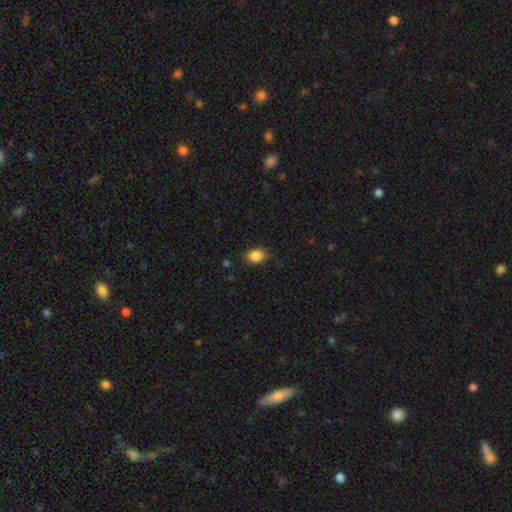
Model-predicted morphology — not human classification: A smooth galaxy with no disk features (87%) that is in between round and cigar-shaped (71%).

Vote fractions:
- Smooth or featured? smooth: 87% / star or artifact: 9% / featured or disk: 4%
- How rounded? in between: 71% / round: 28% / cigar-shaped: 1%
- Merging? none: 81% / minor disturbance: 14% / major disturbance: 3% / merger: 1%